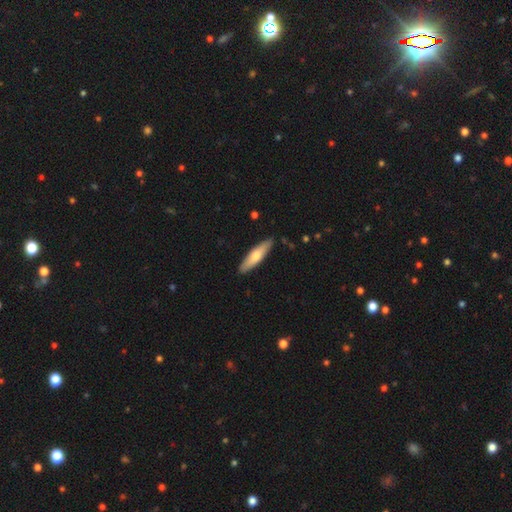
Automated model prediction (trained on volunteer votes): Smooth or featured? smooth (63%)
How rounded? cigar-shaped (71%)
Merging? none (88%)